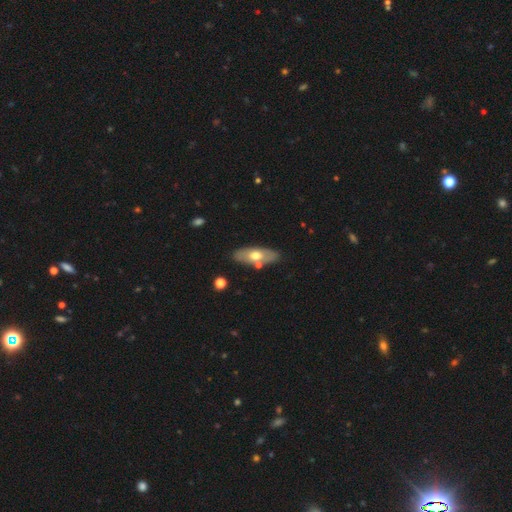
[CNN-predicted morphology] Smooth or featured? Predicted: smooth (p=0.54). How rounded? Predicted: in between (p=0.78). Merging? Predicted: none (p=0.80).